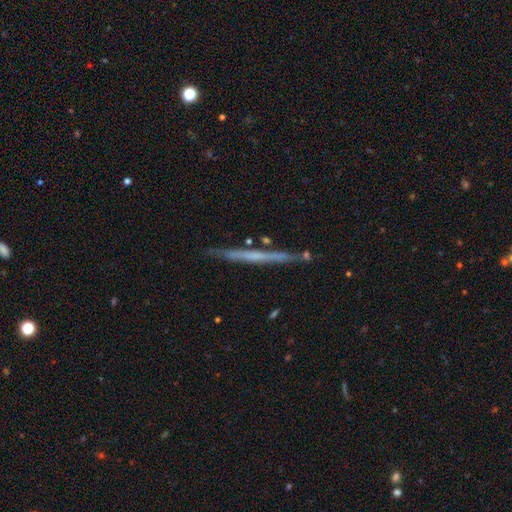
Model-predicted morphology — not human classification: smooth-or-featured: featured or disk: 56% | smooth: 38% | star or artifact: 6%
  disk-edge-on: yes: 97% | no: 3%
    edge-on-bulge: none: 89% | rounded: 7% | boxy: 3%
  merging: none: 88% | minor disturbance: 9% | merger: 2% | major disturbance: 2%